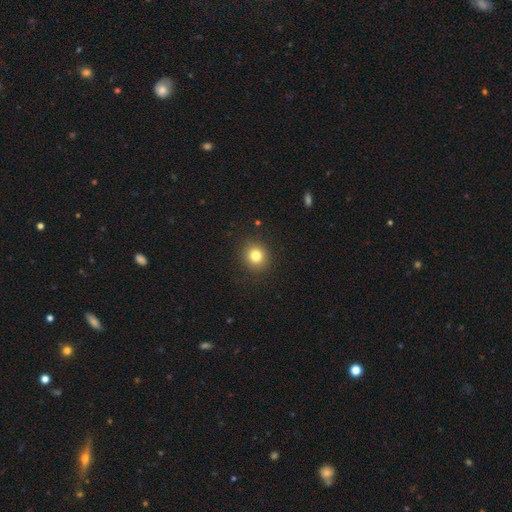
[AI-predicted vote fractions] smooth_or_featured: smooth (p=0.80) [alt: star or artifact p=0.12]
how_rounded: round (p=0.87) [alt: in between p=0.12]
merging: none (p=0.90) [alt: minor disturbance p=0.07]